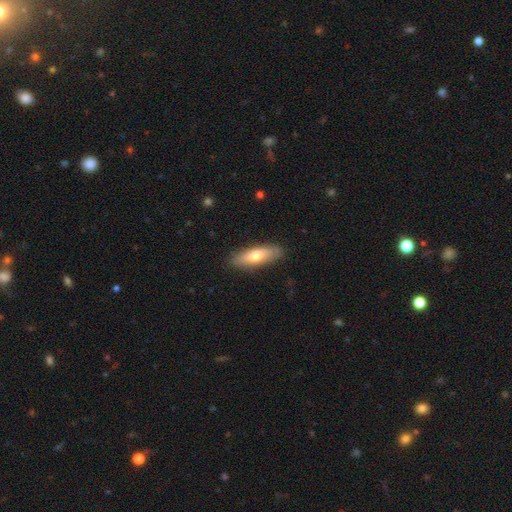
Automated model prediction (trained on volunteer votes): Overall: smooth (68%). How rounded: in between (52%; cigar-shaped 46%). Merging: none (87%).